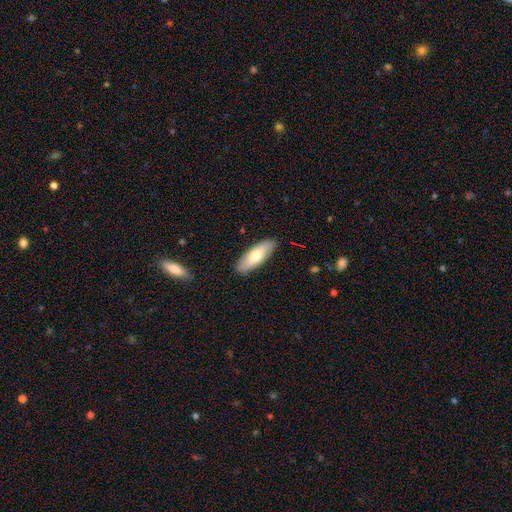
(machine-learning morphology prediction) Smooth or featured? smooth (69%)
How rounded? in between (64%)
Merging? none (89%)